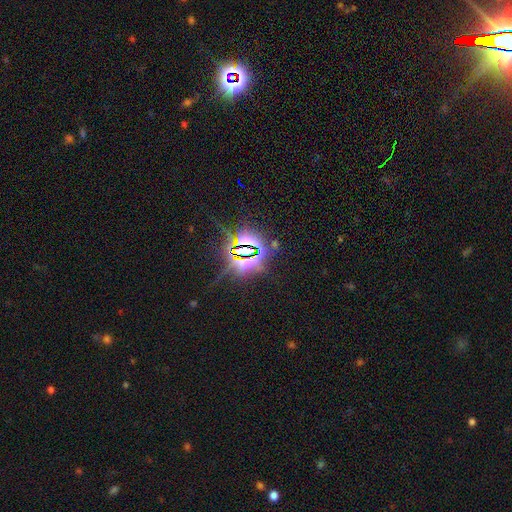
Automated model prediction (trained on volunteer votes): Smooth or featured?
  - star or artifact: 85% *
  - featured or disk: 8%
  - smooth: 7%